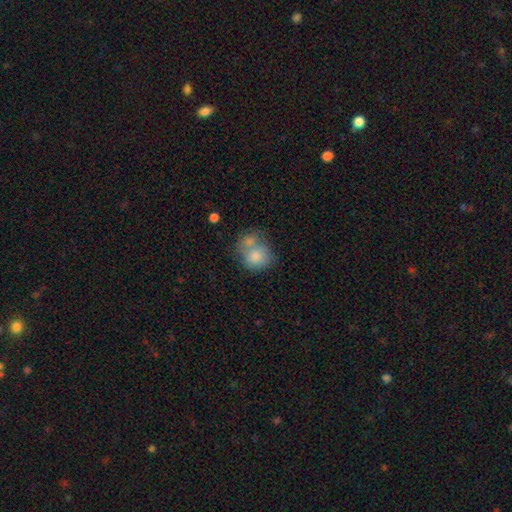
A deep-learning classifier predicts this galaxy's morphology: smooth 78%, featured or disk 15%, star or artifact 7%. Down the decision tree: how rounded — round (73%); merging — merger (50%).